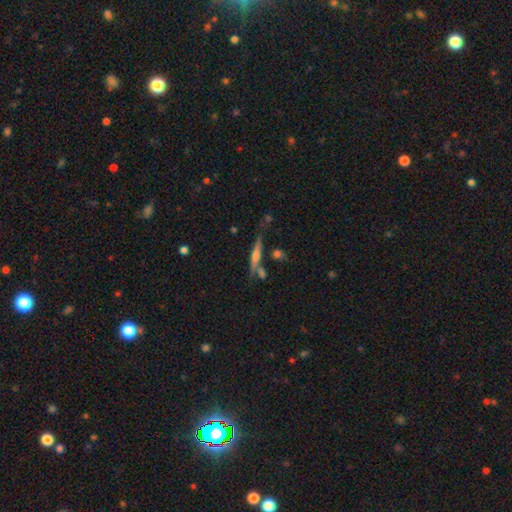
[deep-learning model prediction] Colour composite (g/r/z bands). It shows a featured or disk galaxy (61%) viewed edge-on (95%) with a rounded central bulge (75%). Merging: none (68%).